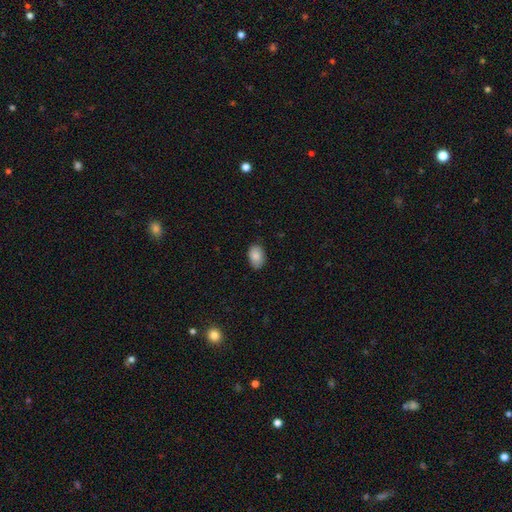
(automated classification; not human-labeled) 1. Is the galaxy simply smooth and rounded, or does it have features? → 87% smooth, 7% star or artifact, 6% featured or disk.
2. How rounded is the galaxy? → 87% in between, 12% round, 1% cigar-shaped.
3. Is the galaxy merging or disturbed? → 83% none, 14% minor disturbance, 2% major disturbance, 1% merger.